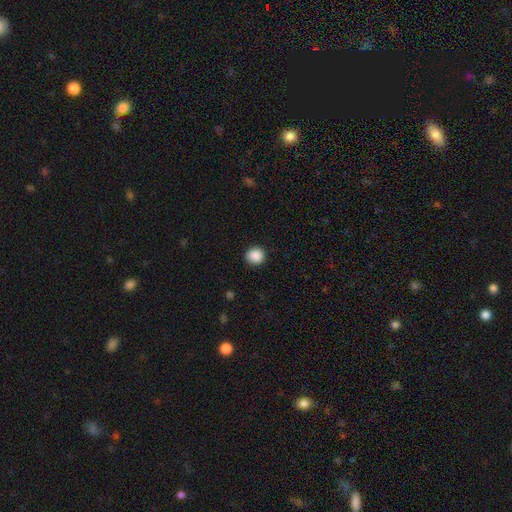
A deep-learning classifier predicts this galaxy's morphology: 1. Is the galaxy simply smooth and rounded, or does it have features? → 89% smooth, 9% star or artifact, 2% featured or disk.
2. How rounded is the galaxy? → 91% round, 8% in between, 1% cigar-shaped.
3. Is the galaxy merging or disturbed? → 91% none, 6% minor disturbance, 2% major disturbance, 1% merger.